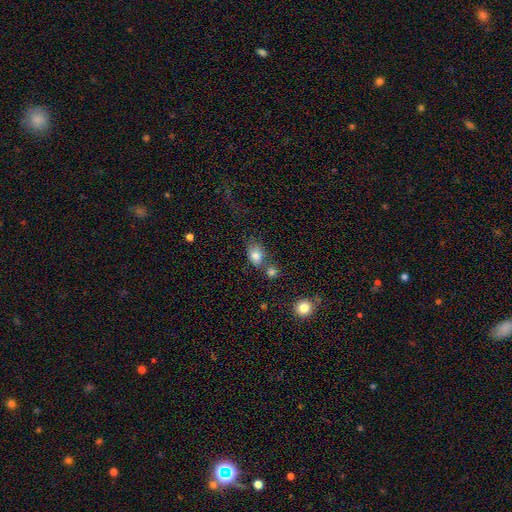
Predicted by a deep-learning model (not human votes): Morphology: type=smooth (81%); roundness=in between (70%); merging=none (49%).